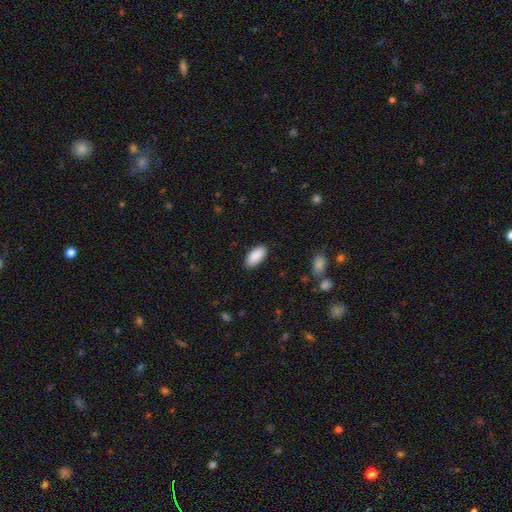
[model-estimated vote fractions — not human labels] Overall: smooth (90%). How rounded: in between (93%). Merging: none (88%).